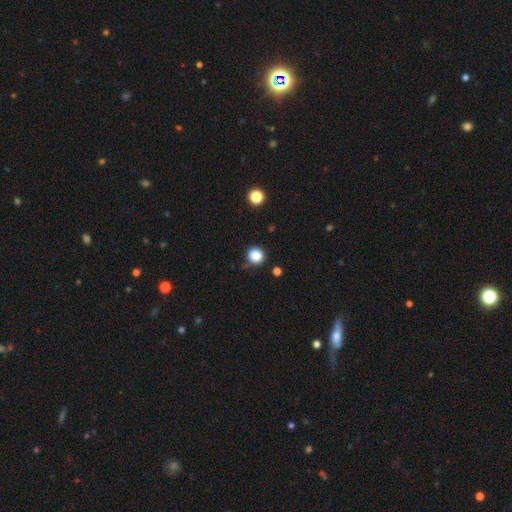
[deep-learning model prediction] Overall: smooth (86%). How rounded: round (93%). Merging: none (86%).